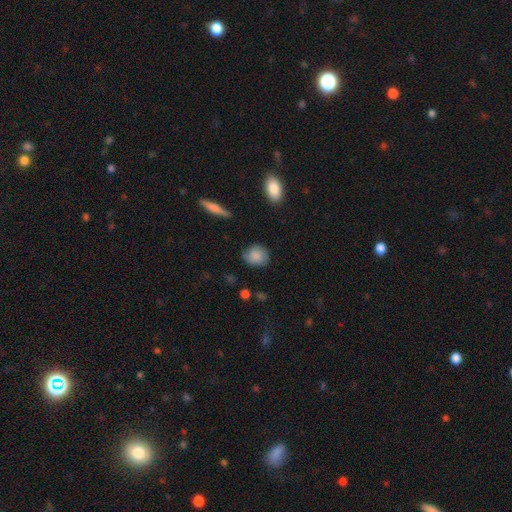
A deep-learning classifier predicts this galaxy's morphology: smooth_or_featured: smooth (p=0.83) [alt: featured or disk p=0.09]
how_rounded: round (p=0.71) [alt: in between p=0.27]
merging: none (p=0.77) [alt: minor disturbance p=0.18]